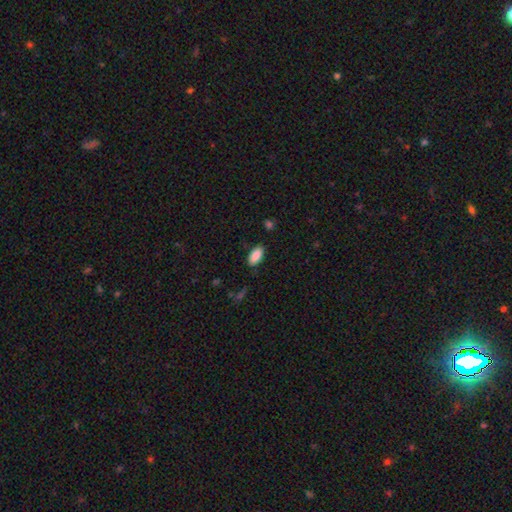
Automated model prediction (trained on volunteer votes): Morphology: type=smooth (87%); roundness=in between (92%); merging=none (85%).